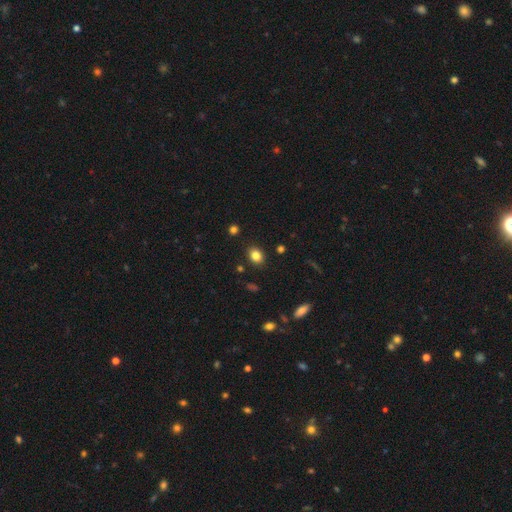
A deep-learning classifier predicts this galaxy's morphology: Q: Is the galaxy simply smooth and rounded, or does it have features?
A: smooth — 83%.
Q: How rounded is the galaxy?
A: in between — 52%.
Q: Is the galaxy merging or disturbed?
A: none — 88%.